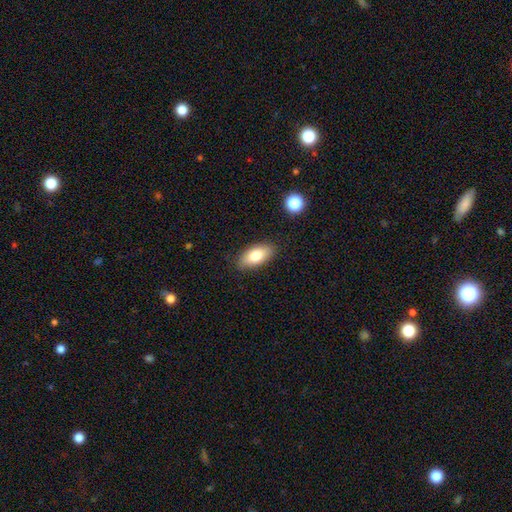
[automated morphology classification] This appears to be a smooth galaxy with no disk features (78%) that is in between round and cigar-shaped (90%). Merging: none (86%).